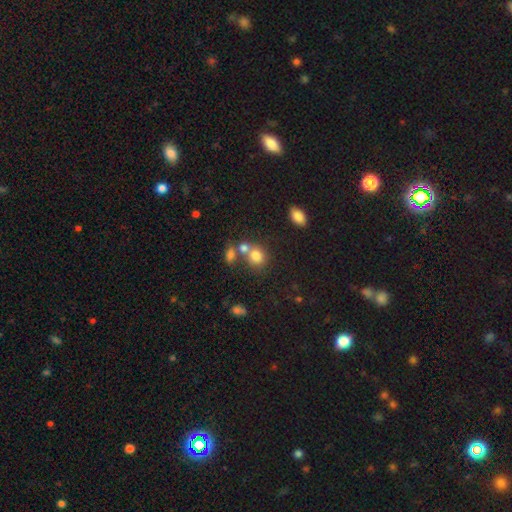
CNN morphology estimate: Smooth or featured: smooth — 78% (star or artifact — 12%)
How rounded: round — 70% (in between — 29%)
Merging: none — 47% (merger — 36%)